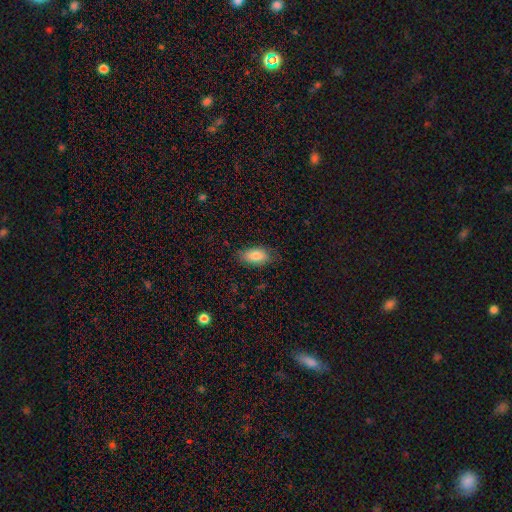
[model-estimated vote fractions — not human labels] Q: Smooth or featured?
A: smooth (82%); runner-up: featured or disk (11%)
Q: How rounded?
A: in between (91%); runner-up: cigar-shaped (5%)
Q: Merging?
A: none (79%); runner-up: minor disturbance (16%)